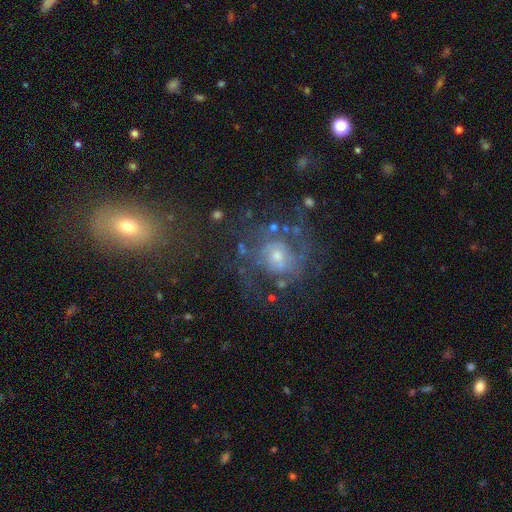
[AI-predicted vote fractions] Q: Smooth or featured?
A: featured or disk (66%); runner-up: star or artifact (18%)
Q: Edge-on disk?
A: no (97%); runner-up: yes (3%)
Q: Bar?
A: no (68%); runner-up: weak (26%)
Q: Spiral arms?
A: yes (79%); runner-up: no (21%)
Q: Spiral winding?
A: tight (47%); runner-up: medium (39%)
Q: Spiral arm count?
A: can't tell (42%); runner-up: 2 (30%)
Q: Bulge size?
A: small (50%); runner-up: moderate (38%)
Q: Merging?
A: none (62%); runner-up: major disturbance (16%)